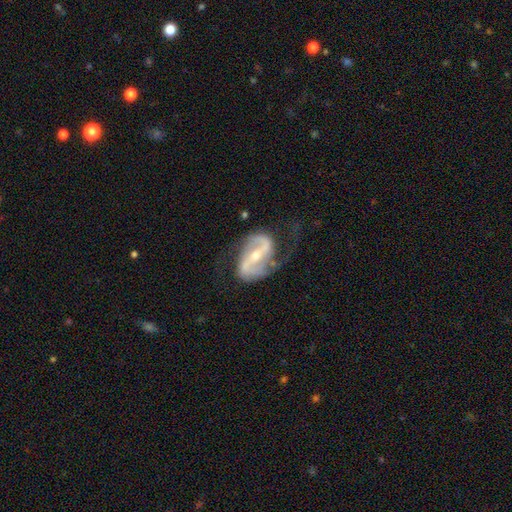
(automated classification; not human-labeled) smooth-or-featured: featured or disk: 90% | smooth: 5% | star or artifact: 5%
  disk-edge-on: no: 96% | yes: 4%
    bar: strong: 61% | weak: 26% | no: 13%
    has-spiral-arms: yes: 96% | no: 4%
      spiral-winding: loose: 43% | medium: 42% | tight: 15%
      spiral-arm-count: 2: 91% | can't tell: 3% | 1: 3% | 3: 1% | 4: 1% | more than 4: 1%
    bulge-size: small: 52% | moderate: 44% | large: 2% | none: 1% | dominant: 1%
  merging: none: 61% | minor disturbance: 20% | major disturbance: 17% | merger: 2%